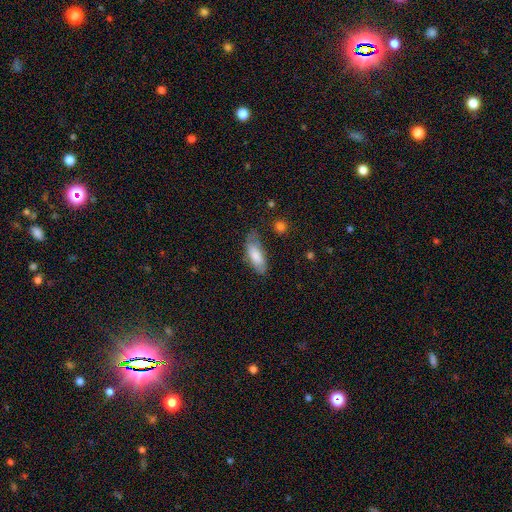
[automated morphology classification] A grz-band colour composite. It shows a smooth galaxy with no disk features (78%) that is in between round and cigar-shaped (77%). Merging: none (61%).